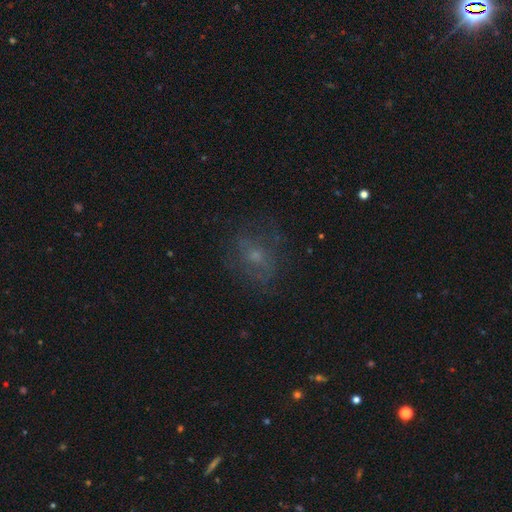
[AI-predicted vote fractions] Overall: featured or disk (42%; smooth 39%). Merging: none (66%).